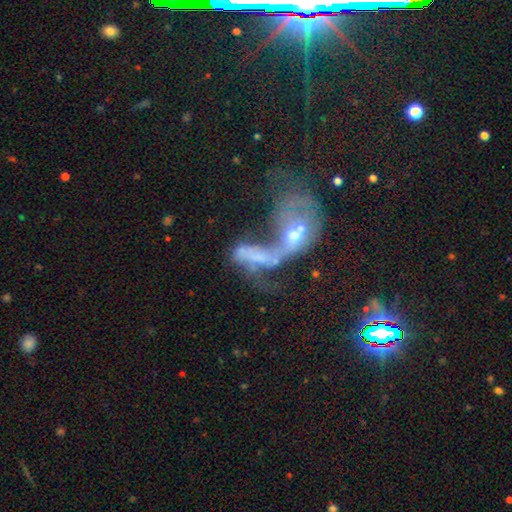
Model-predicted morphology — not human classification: Smooth or featured?
  - featured or disk: 57% *
  - smooth: 29%
  - star or artifact: 14%
Edge-on disk?
  - no: 93% *
  - yes: 7%
Bar?
  - no: 71% *
  - weak: 19%
  - strong: 10%
Spiral arms?
  - no: 65% *
  - yes: 35%
Bulge size?
  - moderate: 35% *
  - none: 28%
  - small: 27%
  - large: 7%
  - dominant: 3%
Merging?
  - merger: 68% *
  - major disturbance: 21%
  - none: 7%
  - minor disturbance: 5%